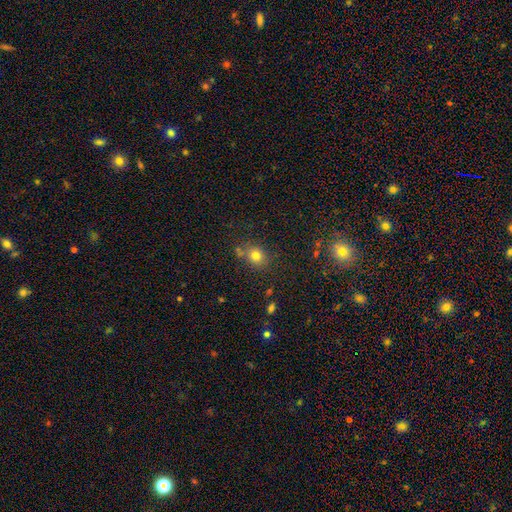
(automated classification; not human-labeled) Overall: smooth (76%). How rounded: round (72%). Merging: none (71%).